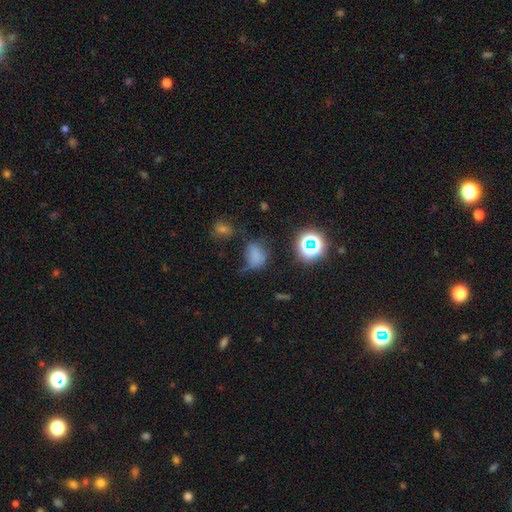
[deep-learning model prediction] Q: Smooth or featured?
A: smooth (61%); runner-up: star or artifact (26%)
Q: How rounded?
A: in between (60%); runner-up: round (38%)
Q: Merging?
A: none (37%); runner-up: minor disturbance (28%)